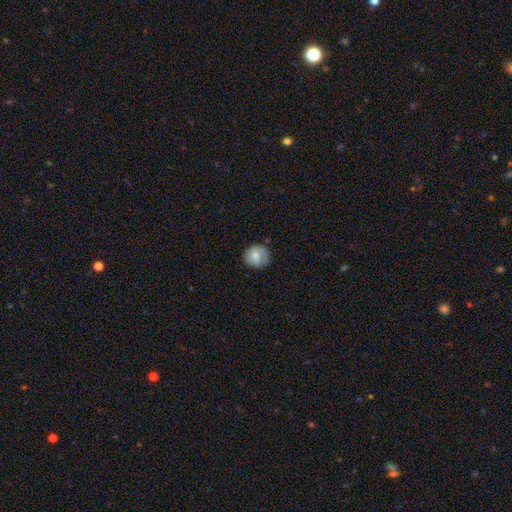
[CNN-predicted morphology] Smooth or featured? Predicted: smooth (p=0.73). How rounded? Predicted: round (p=0.84). Merging? Predicted: none (p=0.74).